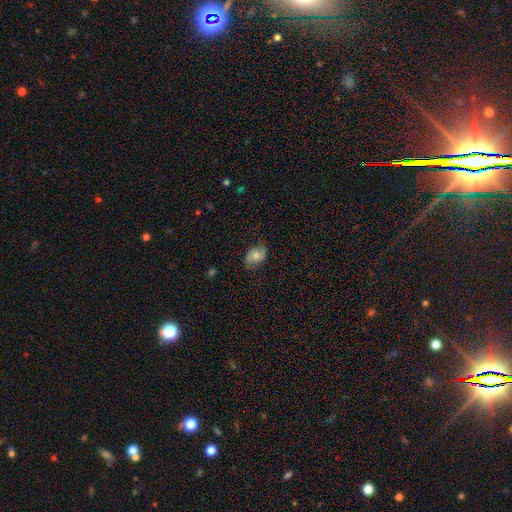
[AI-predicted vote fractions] This is possibly a smooth galaxy (59%). How rounded: clearly in between (81%). Merging: likely none (74%).